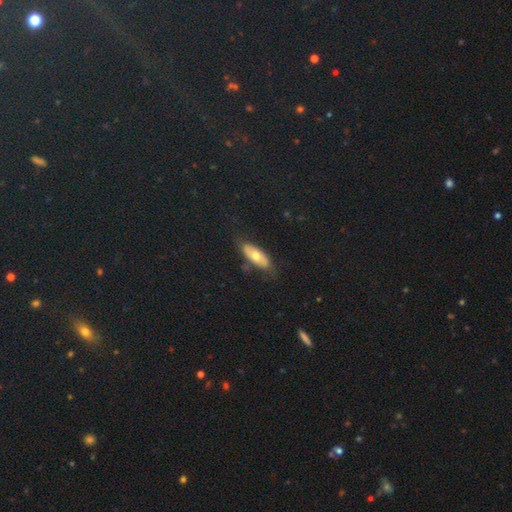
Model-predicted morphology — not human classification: The model was most divided on "smooth or featured": smooth: 58%, featured or disk: 34%, star or artifact: 7%. More confident: how rounded — in between (76%); merging — none (73%).